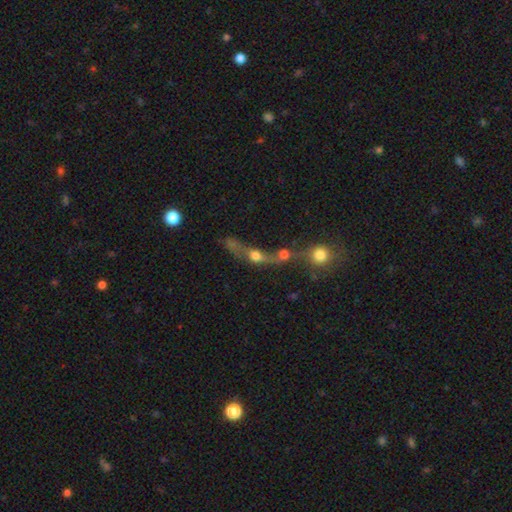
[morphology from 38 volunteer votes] type=smooth (87%); roundness=round (48%); merging=merger (39%).